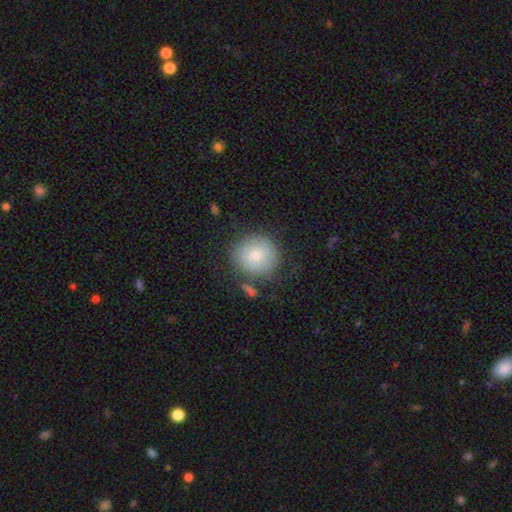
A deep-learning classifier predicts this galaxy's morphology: type=smooth (76%); roundness=round (92%); merging=none (73%).